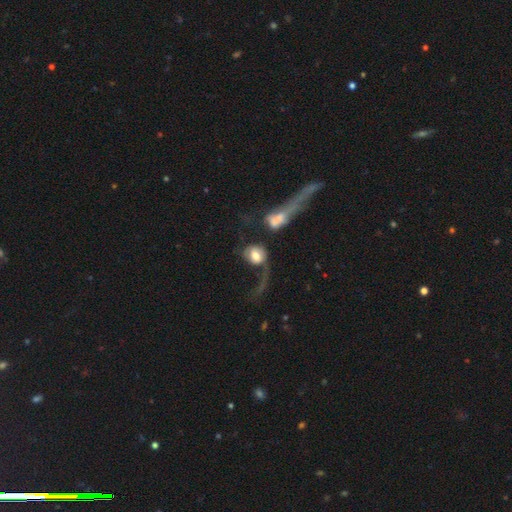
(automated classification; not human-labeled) Q: Smooth or featured?
A: smooth (55%); runner-up: featured or disk (37%)
Q: How rounded?
A: round (66%); runner-up: in between (32%)
Q: Merging?
A: major disturbance (45%); runner-up: merger (28%)